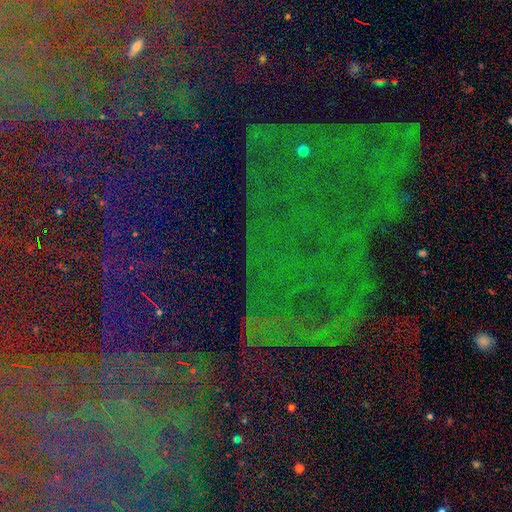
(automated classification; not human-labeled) A star or artifact, not a galaxy (85%).